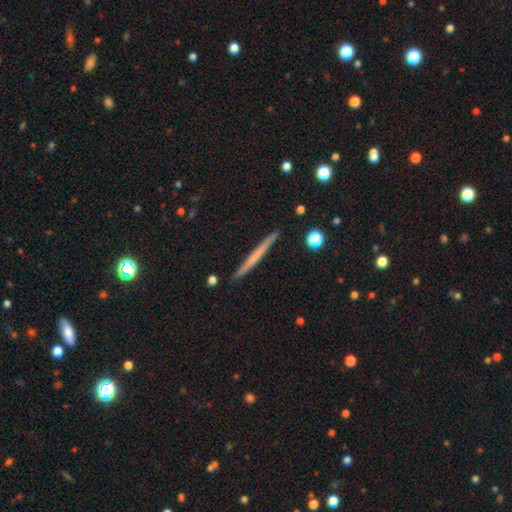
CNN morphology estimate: Smooth or featured?
  - smooth: 49% *
  - featured or disk: 45%
  - star or artifact: 6%
Merging?
  - none: 92% *
  - minor disturbance: 6%
  - major disturbance: 1%
  - merger: 1%